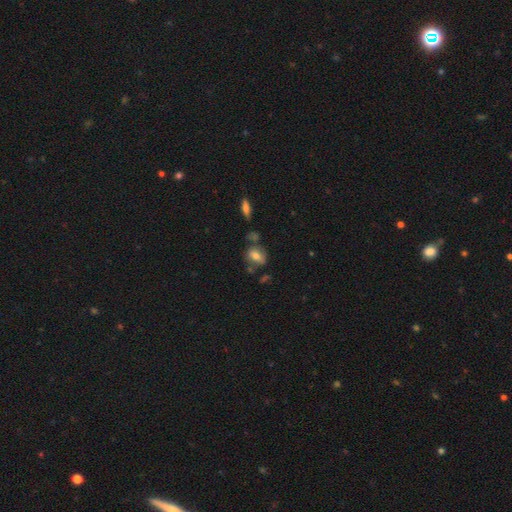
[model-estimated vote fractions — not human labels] Smooth or featured? Predicted: smooth (p=0.67). How rounded? Predicted: in between (p=0.71). Merging? Predicted: none (p=0.58).